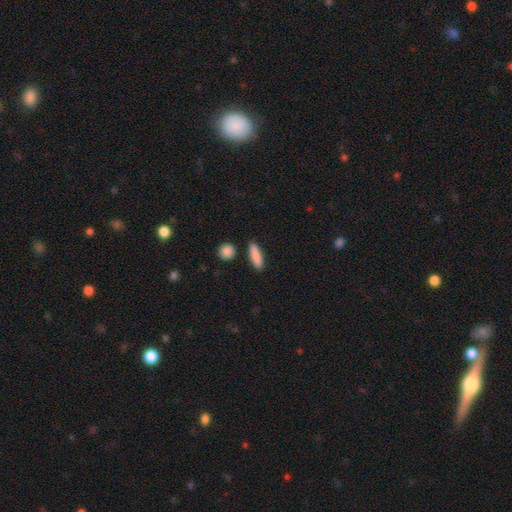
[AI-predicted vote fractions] A smooth galaxy with no disk features (87%) that is cigar-shaped (61%). Merging: none (86%).